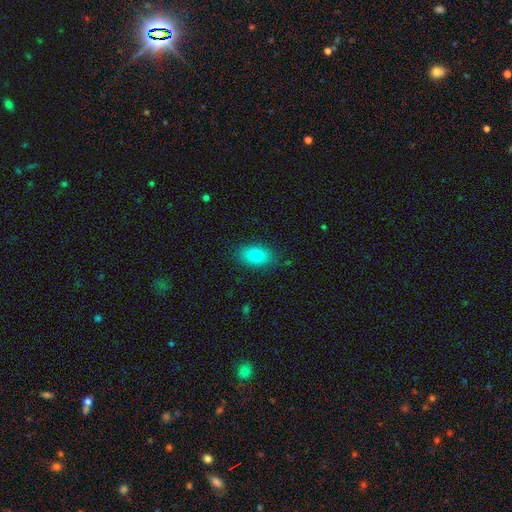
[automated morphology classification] smooth-or-featured: smooth: 80% | featured or disk: 11% | star or artifact: 9%
  how-rounded: in between: 87% | round: 12% | cigar-shaped: 2%
  merging: none: 85% | minor disturbance: 11% | major disturbance: 3% | merger: 1%